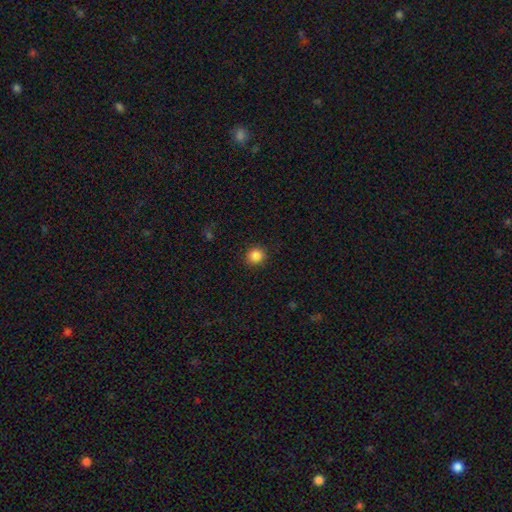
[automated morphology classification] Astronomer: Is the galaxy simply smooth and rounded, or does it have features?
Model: smooth — 87%.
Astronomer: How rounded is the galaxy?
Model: round — 88%.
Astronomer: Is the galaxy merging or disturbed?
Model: none — 90%.